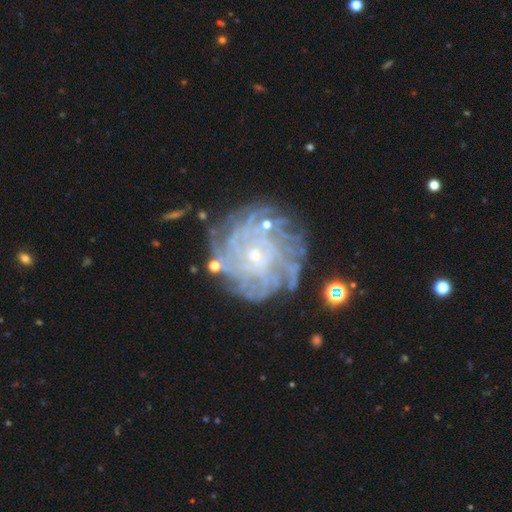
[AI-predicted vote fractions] smooth_or_featured: featured or disk (p=0.83) [alt: smooth p=0.09]
disk_edge_on: no (p=0.98) [alt: yes p=0.02]
bar: no (p=0.75) [alt: weak p=0.20]
has_spiral_arms: yes (p=0.89) [alt: no p=0.11]
spiral_winding: tight (p=0.73) [alt: medium p=0.20]
spiral_arm_count: can't tell (p=0.39) [alt: more than 4 p=0.25]
bulge_size: small (p=0.73) [alt: moderate p=0.22]
merging: none (p=0.73) [alt: minor disturbance p=0.16]